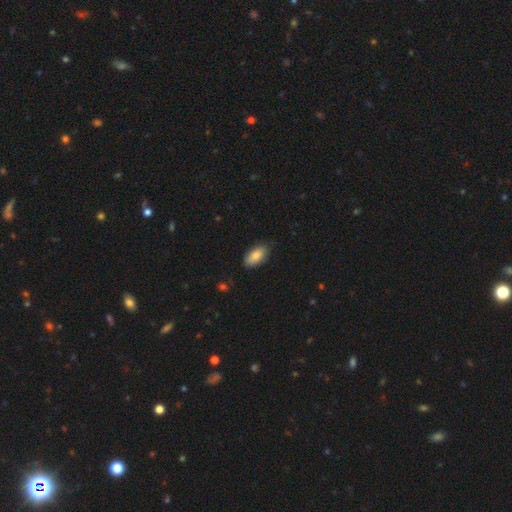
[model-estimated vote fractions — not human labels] Q: Smooth or featured?
A: smooth (83%); runner-up: featured or disk (10%)
Q: How rounded?
A: in between (91%); runner-up: cigar-shaped (6%)
Q: Merging?
A: none (77%); runner-up: minor disturbance (19%)